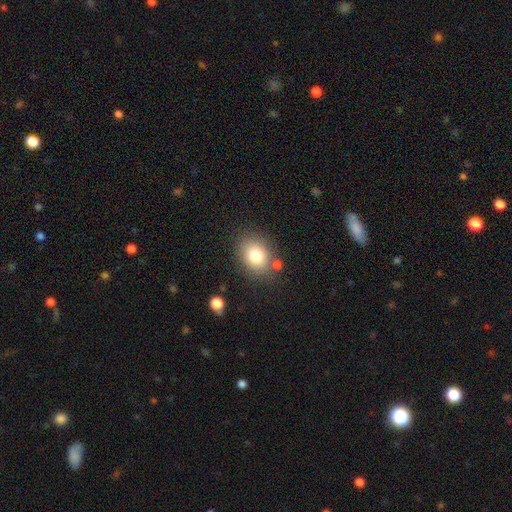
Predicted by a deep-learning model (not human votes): Smooth or featured? Predicted: smooth (p=0.80). How rounded? Predicted: in between (p=0.60). Merging? Predicted: none (p=0.77).